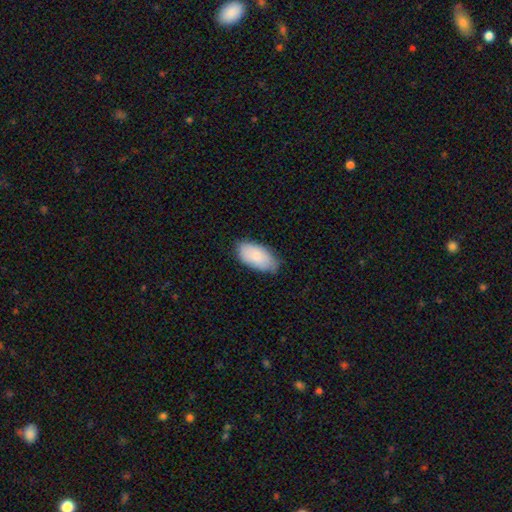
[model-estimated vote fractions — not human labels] A smooth galaxy with no disk features (81%) that is in between round and cigar-shaped (95%). Merging: none (74%).